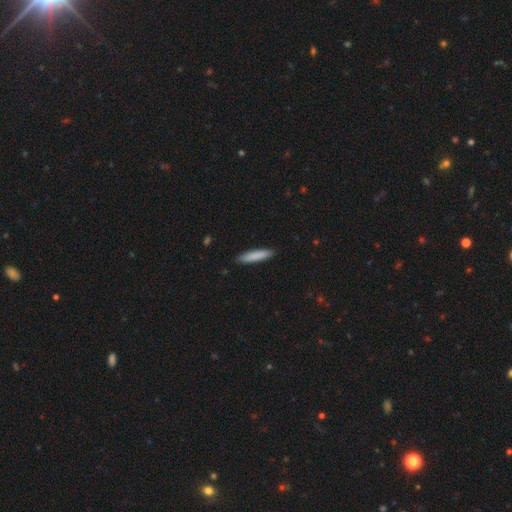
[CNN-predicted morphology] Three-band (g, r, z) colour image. It shows a smooth galaxy with no disk features (84%) that is cigar-shaped (87%). Merging: none (89%).